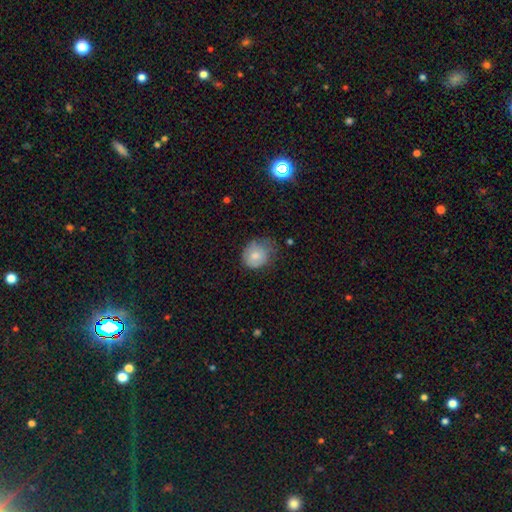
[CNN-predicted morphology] Smooth or featured: smooth — 77% (featured or disk — 15%)
How rounded: round — 61% (in between — 38%)
Merging: none — 44% (minor disturbance — 38%)